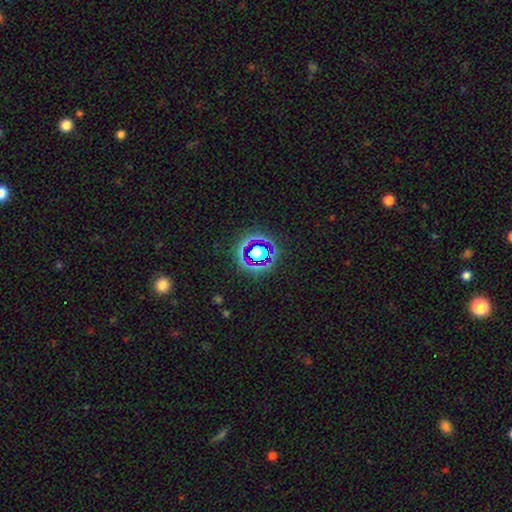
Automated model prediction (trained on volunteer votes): This appears to be a star or artifact, not a galaxy (55%).